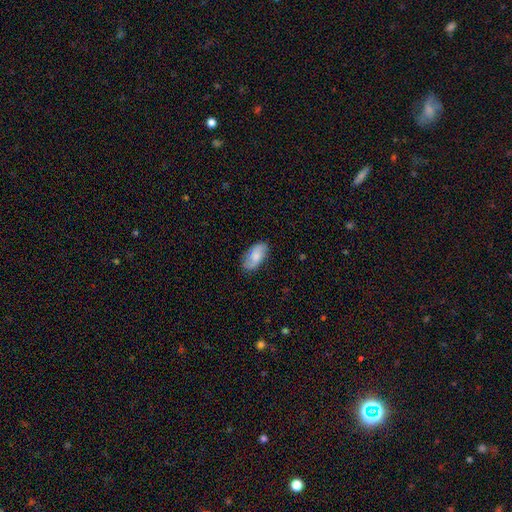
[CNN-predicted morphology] type=smooth (57%); roundness=in between (93%); merging=none (78%).